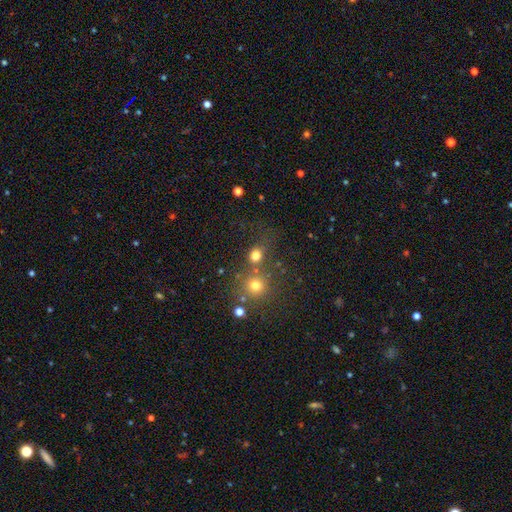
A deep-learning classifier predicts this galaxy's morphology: Q: Smooth or featured?
A: smooth (73%); runner-up: star or artifact (19%)
Q: How rounded?
A: round (82%); runner-up: in between (16%)
Q: Merging?
A: none (61%); runner-up: merger (22%)